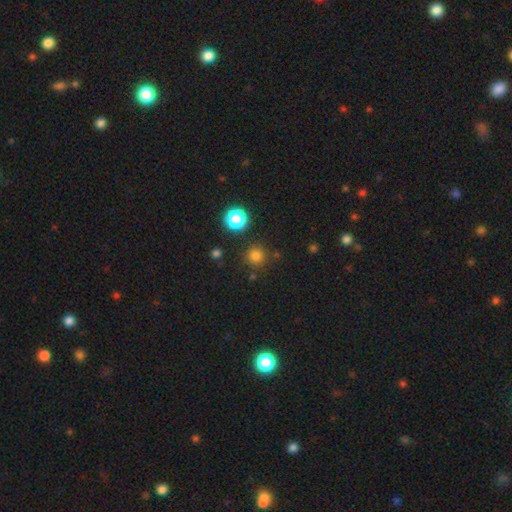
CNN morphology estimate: This appears to be a smooth galaxy with no disk features (76%) that is round (94%). Merging: none (85%).